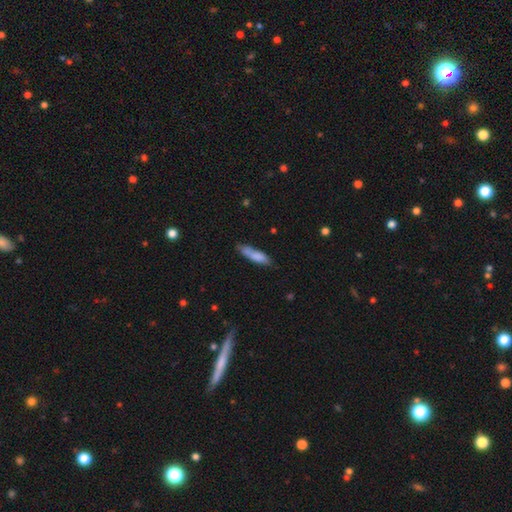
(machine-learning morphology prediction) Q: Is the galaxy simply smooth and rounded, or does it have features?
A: smooth — 78%.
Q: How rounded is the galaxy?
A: cigar-shaped — 68%.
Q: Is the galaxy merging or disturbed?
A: none — 64%.